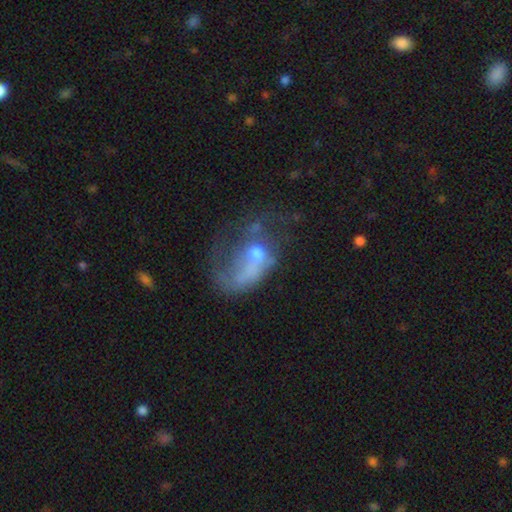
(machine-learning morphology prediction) Smooth or featured?
  - featured or disk: 56% *
  - smooth: 32%
  - star or artifact: 12%
Edge-on disk?
  - no: 97% *
  - yes: 3%
Bar?
  - no: 79% *
  - weak: 17%
  - strong: 4%
Spiral arms?
  - no: 60% *
  - yes: 40%
Bulge size?
  - moderate: 48% *
  - small: 33%
  - none: 11%
  - large: 6%
  - dominant: 2%
Merging?
  - major disturbance: 53% *
  - none: 22%
  - minor disturbance: 16%
  - merger: 9%